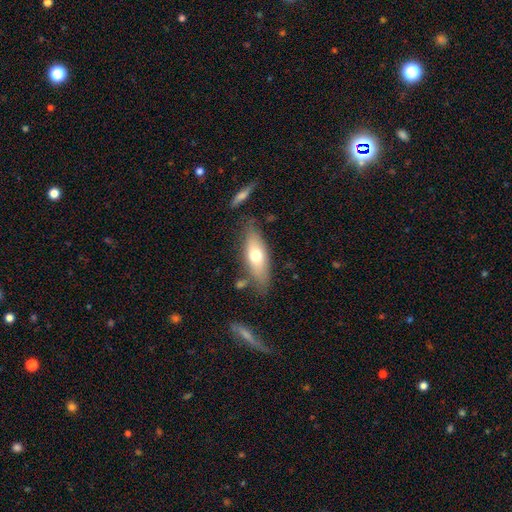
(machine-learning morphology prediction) A smooth galaxy with no disk features (62%) that is in between round and cigar-shaped (62%).

Vote fractions:
- Smooth or featured? smooth: 62% / featured or disk: 32% / star or artifact: 6%
- How rounded? in between: 62% / cigar-shaped: 35% / round: 3%
- Merging? none: 73% / minor disturbance: 17% / merger: 5% / major disturbance: 5%